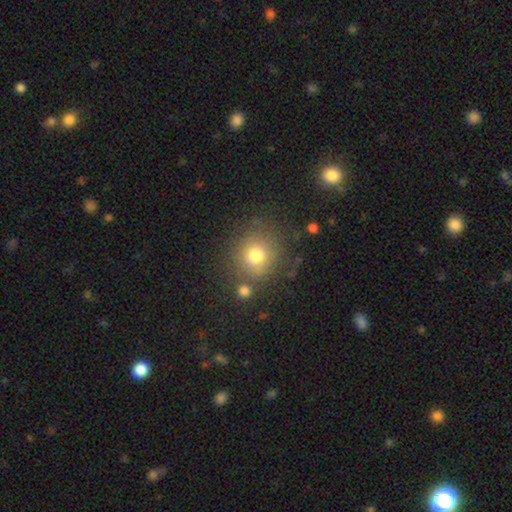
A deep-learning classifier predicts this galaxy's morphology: smooth_or_featured: smooth (p=0.76) [alt: star or artifact p=0.13]
how_rounded: round (p=0.87) [alt: in between p=0.12]
merging: none (p=0.74) [alt: minor disturbance p=0.12]